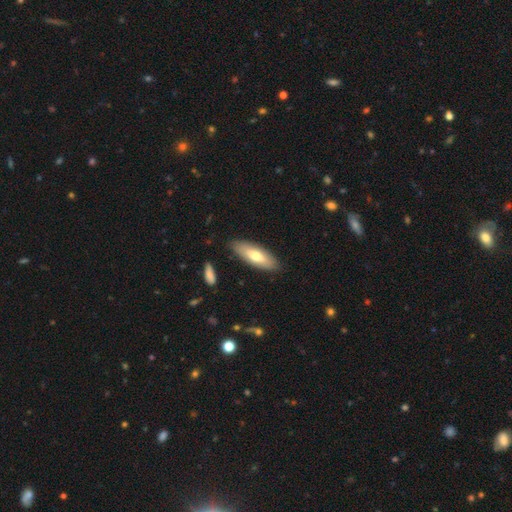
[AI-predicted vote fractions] smooth_or_featured: smooth (p=0.64) [alt: featured or disk p=0.30]
how_rounded: in between (p=0.65) [alt: cigar-shaped p=0.33]
merging: none (p=0.86) [alt: minor disturbance p=0.10]